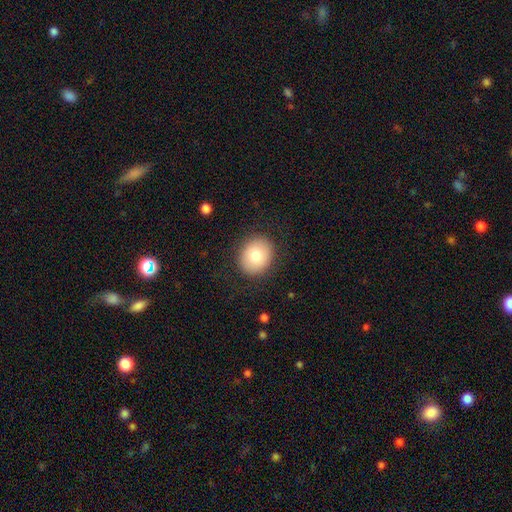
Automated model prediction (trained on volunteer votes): Smooth or featured? smooth (80%)
How rounded? round (65%)
Merging? none (87%)